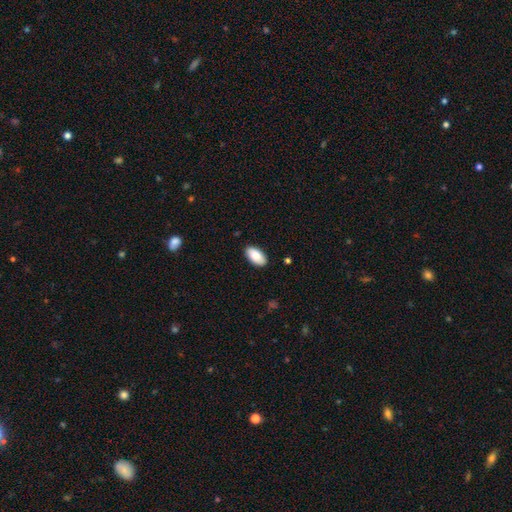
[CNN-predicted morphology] The model was most divided on "smooth or featured": smooth: 85%, featured or disk: 9%, star or artifact: 6%. More confident: how rounded — in between (95%); merging — none (88%).